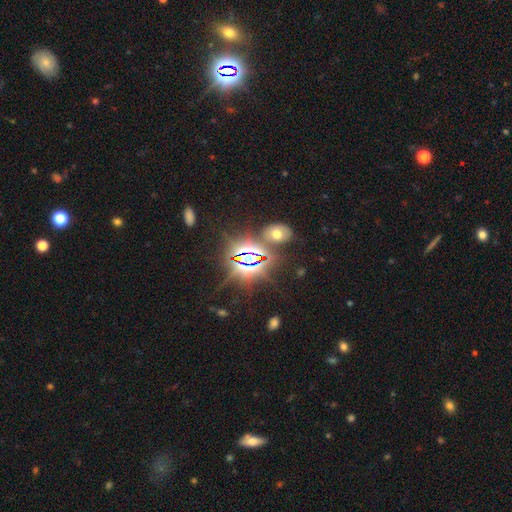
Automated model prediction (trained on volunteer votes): A star or artifact, not a galaxy (70%).